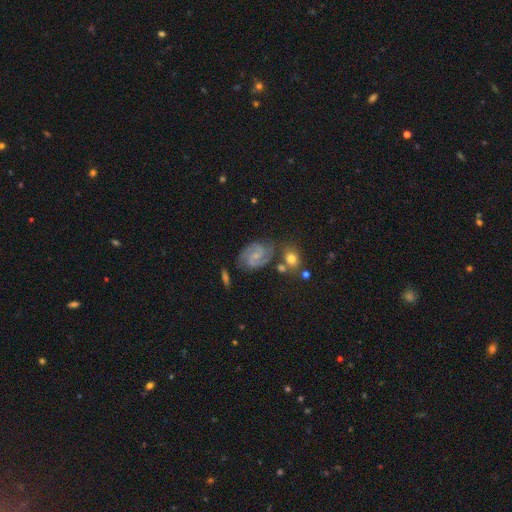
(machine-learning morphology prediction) type=featured or disk (84%); edge-on=no (98%); bar=no (48%); spiral arms=yes (97%); winding=medium (48%); arm count=2 (78%); bulge=small (70%); merging=none (71%).